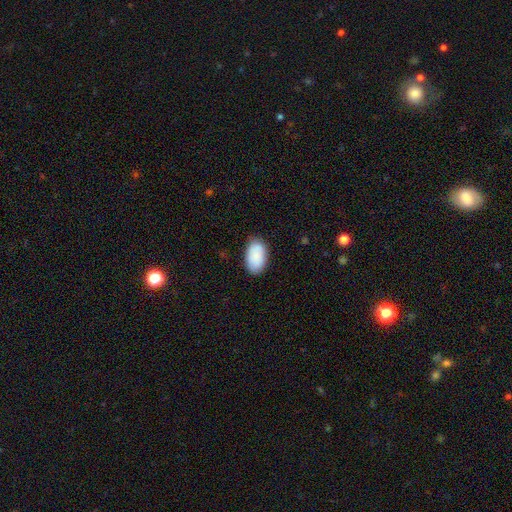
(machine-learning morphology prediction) Overall: smooth (88%). How rounded: in between (94%). Merging: none (82%).